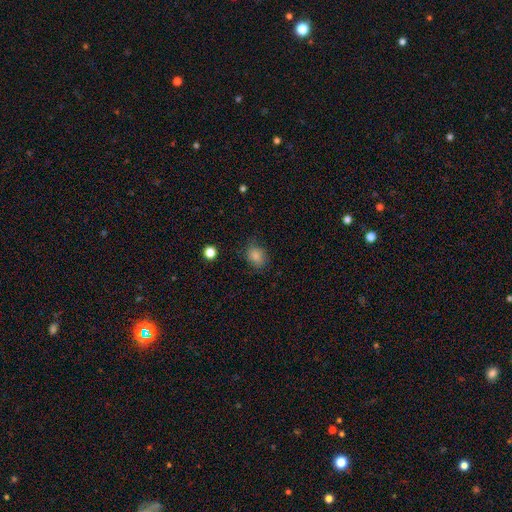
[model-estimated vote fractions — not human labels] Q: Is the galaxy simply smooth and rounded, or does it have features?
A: smooth — 84%.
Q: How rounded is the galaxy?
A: round — 51%.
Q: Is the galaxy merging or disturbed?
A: none — 77%.